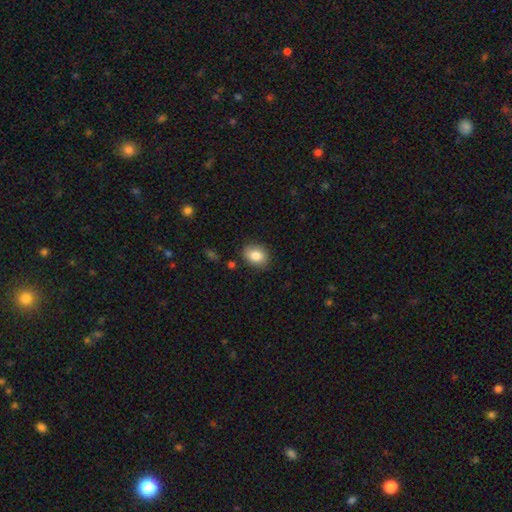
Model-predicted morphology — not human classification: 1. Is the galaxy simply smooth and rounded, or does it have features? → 84% smooth, 8% star or artifact, 8% featured or disk.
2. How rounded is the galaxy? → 67% in between, 32% round, 1% cigar-shaped.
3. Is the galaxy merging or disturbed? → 84% none, 12% minor disturbance, 3% major disturbance, 2% merger.